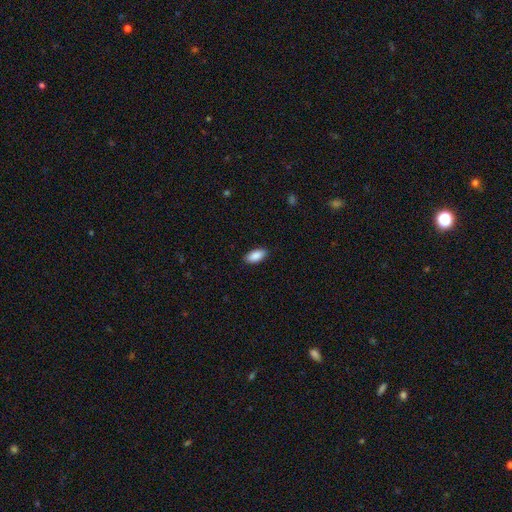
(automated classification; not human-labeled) Smooth or featured? Predicted: smooth (p=0.90). How rounded? Predicted: in between (p=0.91). Merging? Predicted: none (p=0.89).